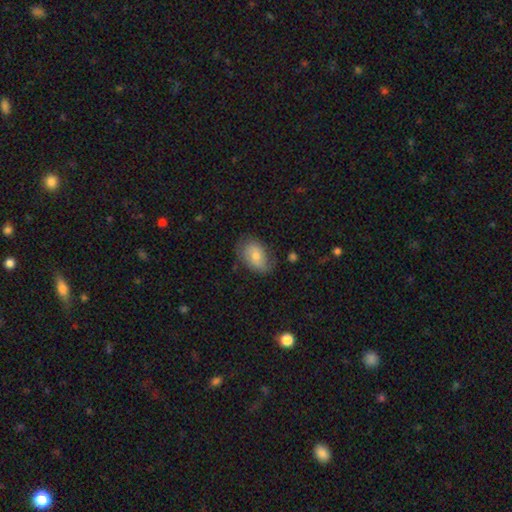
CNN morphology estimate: type=smooth (59%); roundness=in between (83%); merging=none (65%).